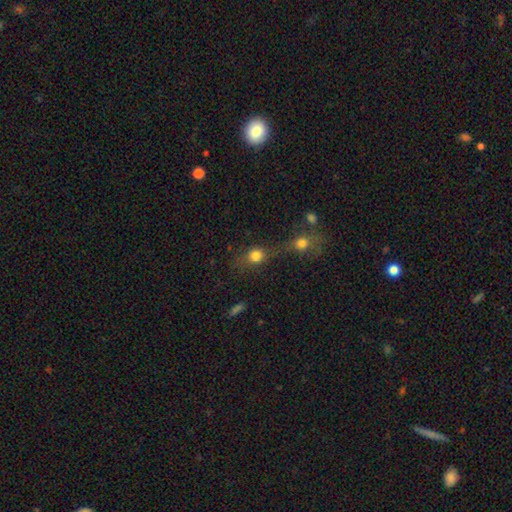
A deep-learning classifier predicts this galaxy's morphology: The model was most divided on "merging": merger: 44%, none: 40%, minor disturbance: 9%, major disturbance: 7%. More confident: smooth or featured — smooth (78%); how rounded — round (74%).